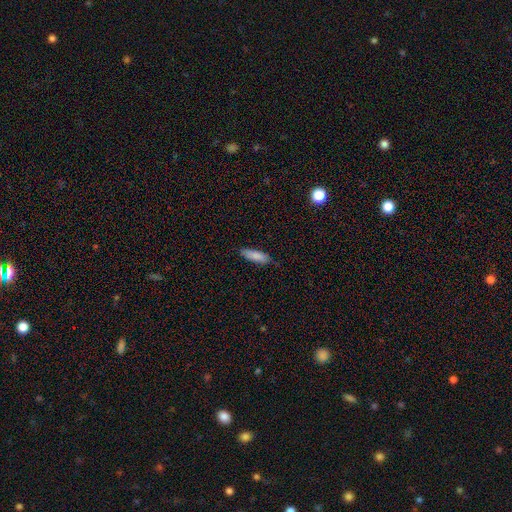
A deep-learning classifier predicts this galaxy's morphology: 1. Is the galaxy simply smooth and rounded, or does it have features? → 86% smooth, 8% featured or disk, 6% star or artifact.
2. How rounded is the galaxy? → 52% cigar-shaped, 47% in between, 2% round.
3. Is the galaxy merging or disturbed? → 80% none, 16% minor disturbance, 3% major disturbance, 1% merger.